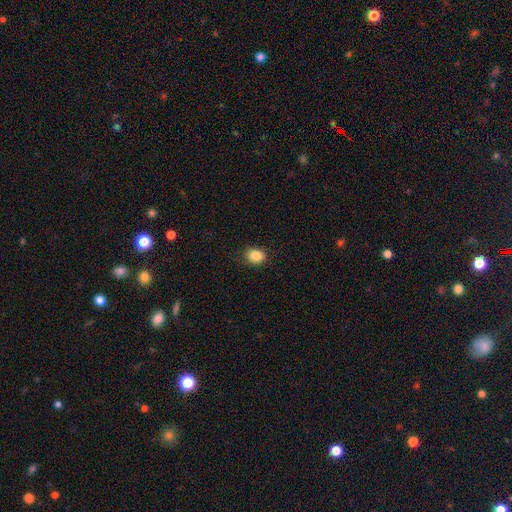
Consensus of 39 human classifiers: Smooth or featured?
  - smooth: 87% *
  - star or artifact: 10%
  - featured or disk: 3%
How rounded?
  - round: 53% *
  - in between: 47%
  - cigar-shaped: 0%
Merging?
  - none: 86% *
  - minor disturbance: 11%
  - major disturbance: 3%
  - merger: 0%